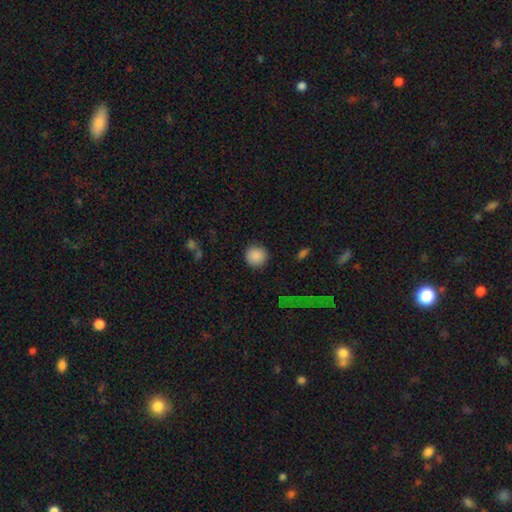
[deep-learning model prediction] Overall: smooth (88%). How rounded: round (94%). Merging: none (89%).